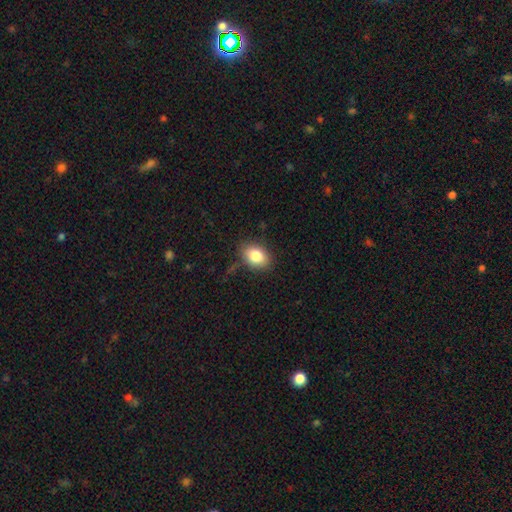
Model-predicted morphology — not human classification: A smooth galaxy with no disk features (84%) that is in between round and cigar-shaped (78%). Merging: none (80%).